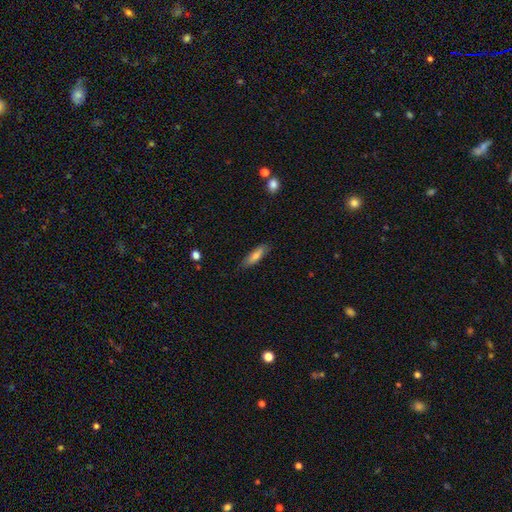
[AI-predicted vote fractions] This appears to be a smooth galaxy with no disk features (72%) that is cigar-shaped (52%). Merging: none (82%).